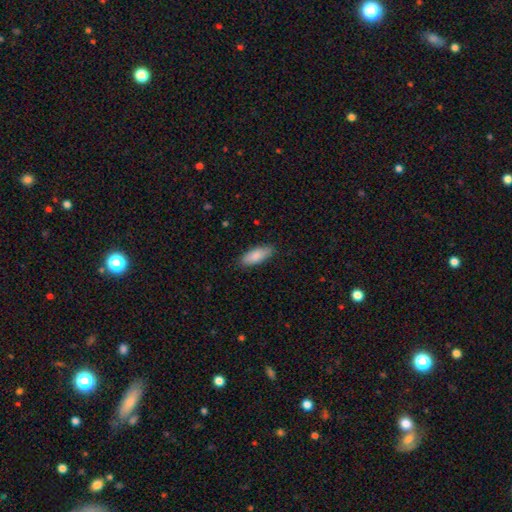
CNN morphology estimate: Smooth or featured? smooth (86%)
How rounded? in between (77%)
Merging? none (87%)